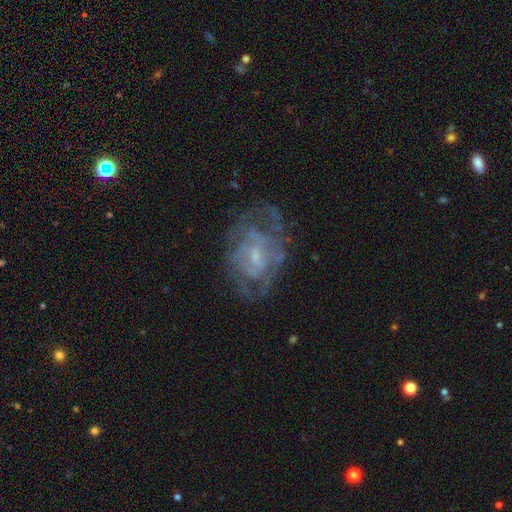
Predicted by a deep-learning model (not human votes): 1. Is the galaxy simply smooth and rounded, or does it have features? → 72% featured or disk, 17% smooth, 10% star or artifact.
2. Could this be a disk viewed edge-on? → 97% no, 3% yes.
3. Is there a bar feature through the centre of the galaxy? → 60% no, 34% weak, 6% strong.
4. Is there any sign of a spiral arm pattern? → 52% yes, 48% no.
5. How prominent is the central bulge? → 57% small, 25% moderate, 15% none, 2% large, 1% dominant.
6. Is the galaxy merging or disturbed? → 56% none, 21% minor disturbance, 21% major disturbance, 2% merger.